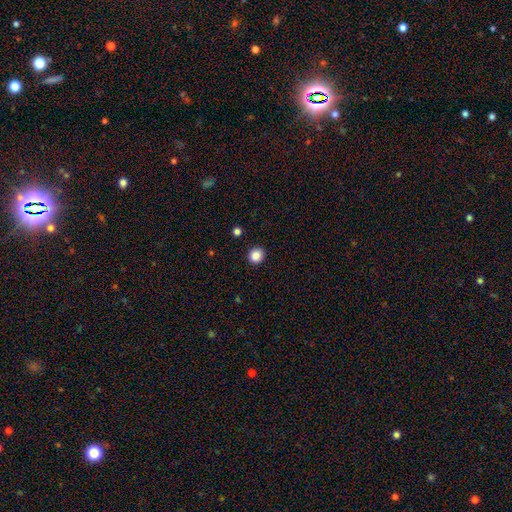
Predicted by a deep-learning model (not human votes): The model was most divided on "smooth or featured": smooth: 87%, star or artifact: 10%, featured or disk: 3%. More confident: how rounded — round (92%); merging — none (92%).